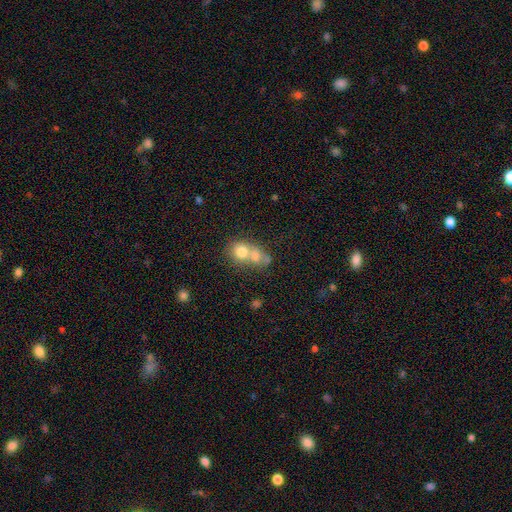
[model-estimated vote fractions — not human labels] Overall: smooth (68%). How rounded: round (66%; in between 33%). Merging: merger (70%).